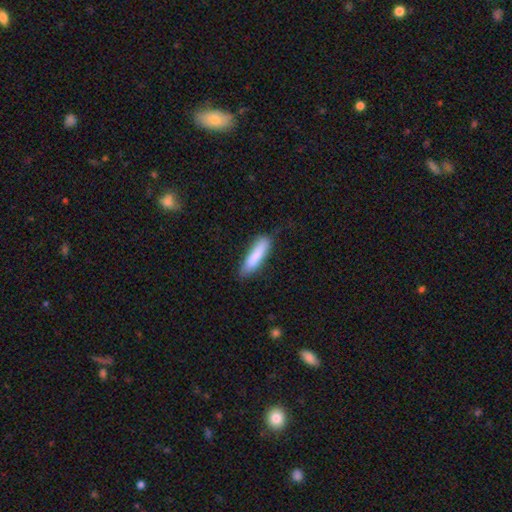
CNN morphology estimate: The model was most divided on "how rounded": cigar-shaped: 77%, in between: 22%, round: 1%. More confident: smooth or featured — smooth (83%); merging — none (76%).